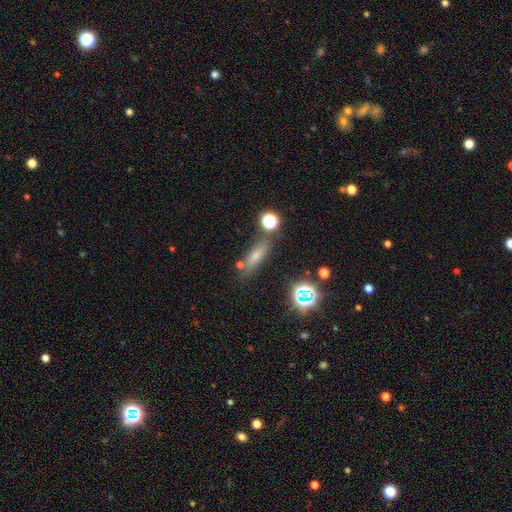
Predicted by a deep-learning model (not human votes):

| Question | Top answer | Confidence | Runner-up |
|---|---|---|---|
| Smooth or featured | smooth | 61% | featured or disk (20%) |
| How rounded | cigar-shaped | 53% | in between (40%) |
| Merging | none | 73% | minor disturbance (14%) |